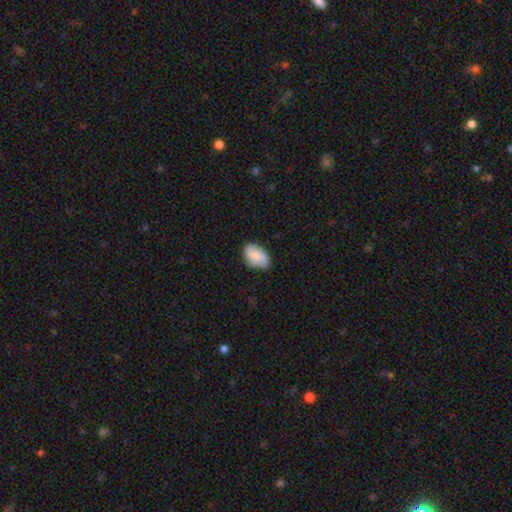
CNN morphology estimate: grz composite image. It shows a smooth galaxy with no disk features (68%) that is in between round and cigar-shaped (89%). Merging: none (71%).